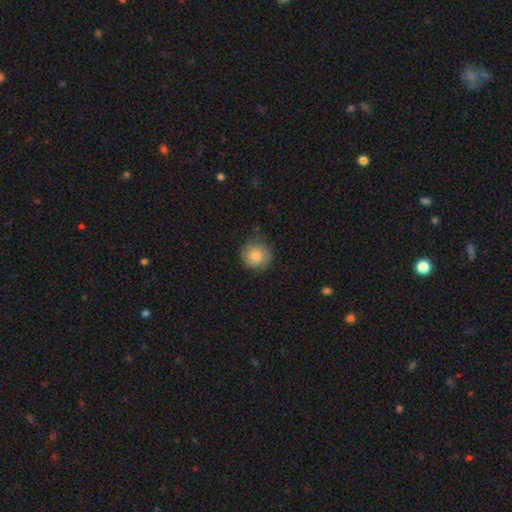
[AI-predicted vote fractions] This is clearly a smooth galaxy (83%). How rounded: clearly round (92%). Merging: likely none (77%).